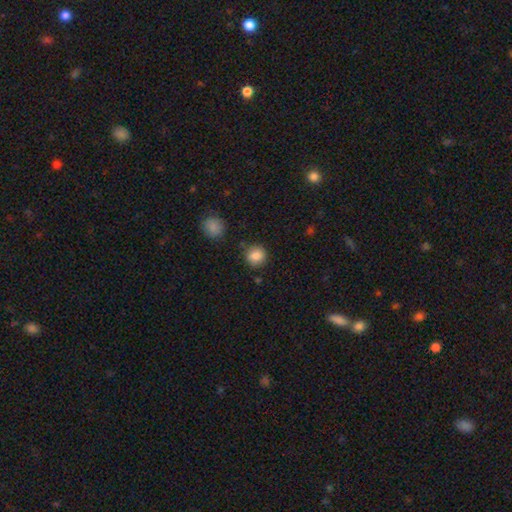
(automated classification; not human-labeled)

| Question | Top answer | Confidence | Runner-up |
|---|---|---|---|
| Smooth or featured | smooth | 86% | star or artifact (10%) |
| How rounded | round | 88% | in between (11%) |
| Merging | none | 84% | minor disturbance (10%) |